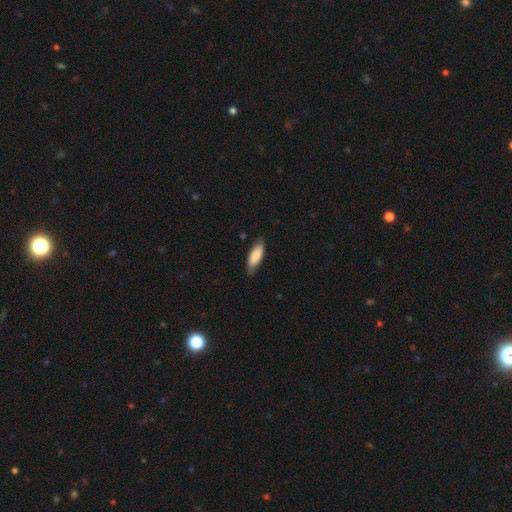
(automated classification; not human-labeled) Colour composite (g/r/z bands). It shows a smooth galaxy with no disk features (83%) that is in between round and cigar-shaped (67%). Merging: none (78%).